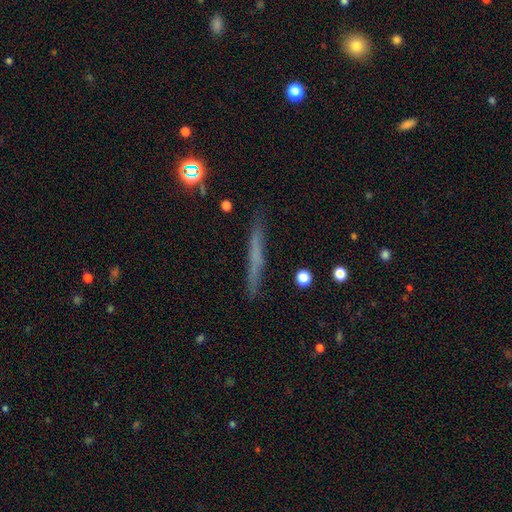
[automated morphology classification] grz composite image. It shows a smooth galaxy with no disk features (51%) that is cigar-shaped (95%). Merging: none (88%).